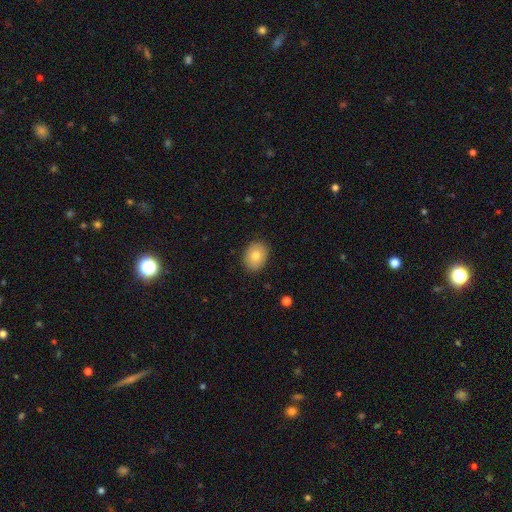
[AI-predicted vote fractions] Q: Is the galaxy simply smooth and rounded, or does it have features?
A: smooth — 80%.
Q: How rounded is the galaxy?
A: in between — 66%.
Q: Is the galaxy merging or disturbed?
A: none — 89%.